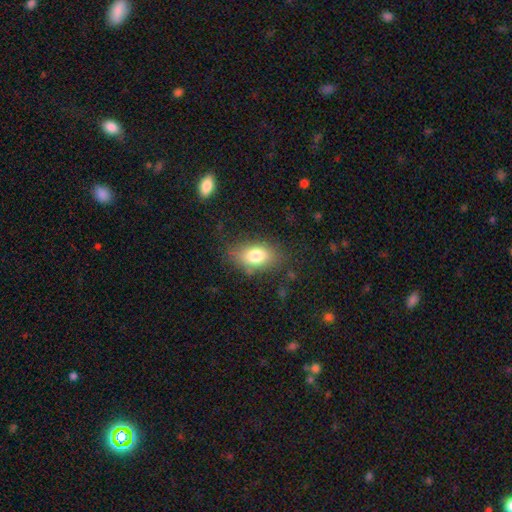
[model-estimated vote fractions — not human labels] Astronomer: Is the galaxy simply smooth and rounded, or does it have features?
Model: smooth — 79%.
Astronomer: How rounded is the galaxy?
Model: in between — 86%.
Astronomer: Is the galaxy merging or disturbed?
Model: none — 75%.